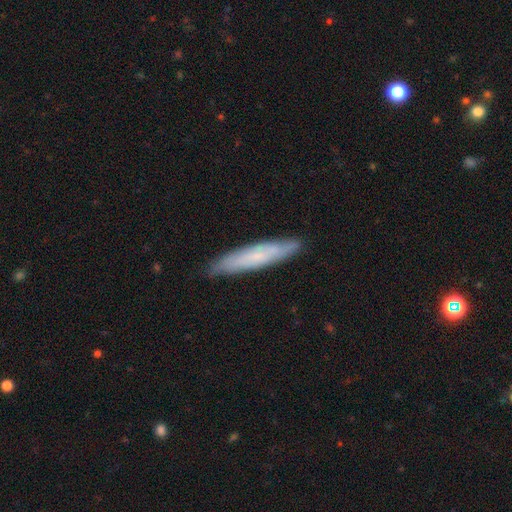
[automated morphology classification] Overall: smooth (57%; featured or disk 35%). How rounded: cigar-shaped (90%). Merging: none (88%).